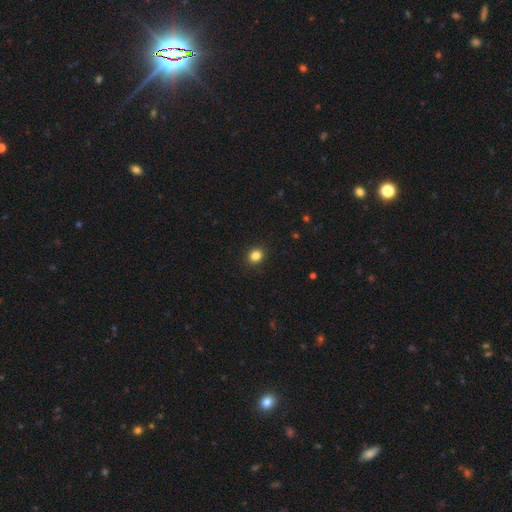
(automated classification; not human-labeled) Morphology: type=smooth (84%); roundness=round (71%); merging=none (92%).